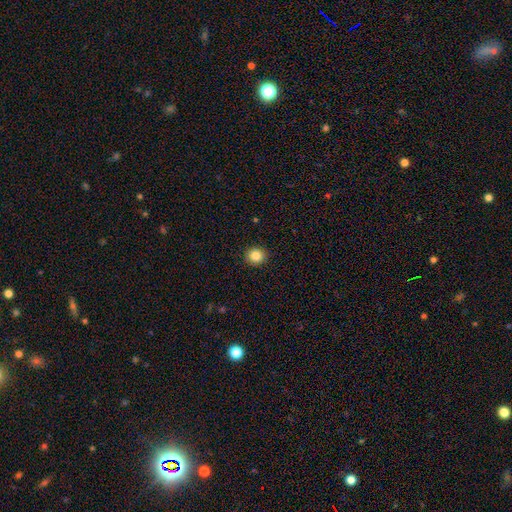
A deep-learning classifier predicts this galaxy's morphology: smooth-or-featured: smooth: 85% | star or artifact: 11% | featured or disk: 5%
  how-rounded: round: 87% | in between: 12% | cigar-shaped: 1%
  merging: none: 92% | minor disturbance: 5% | major disturbance: 2% | merger: 1%